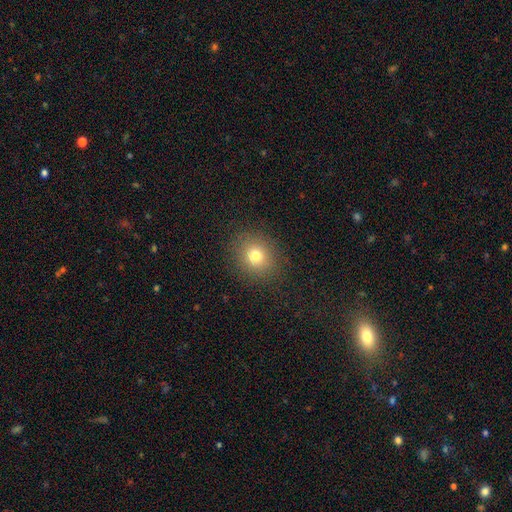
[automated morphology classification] This appears to be a smooth galaxy with no disk features (76%) that is round (79%). Merging: none (88%).